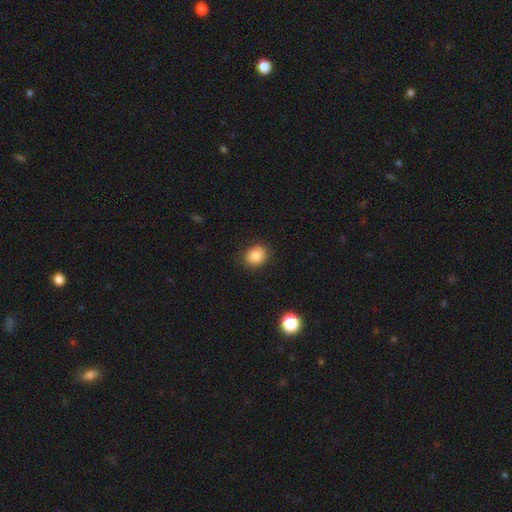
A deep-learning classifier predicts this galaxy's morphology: Smooth or featured: smooth — 84% (star or artifact — 10%)
How rounded: round — 65% (in between — 34%)
Merging: none — 87% (minor disturbance — 10%)